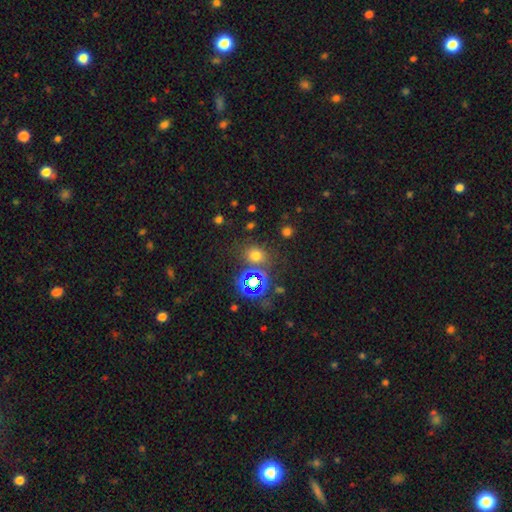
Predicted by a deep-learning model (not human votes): Morphology: type=smooth (60%); roundness=round (67%); merging=none (74%).